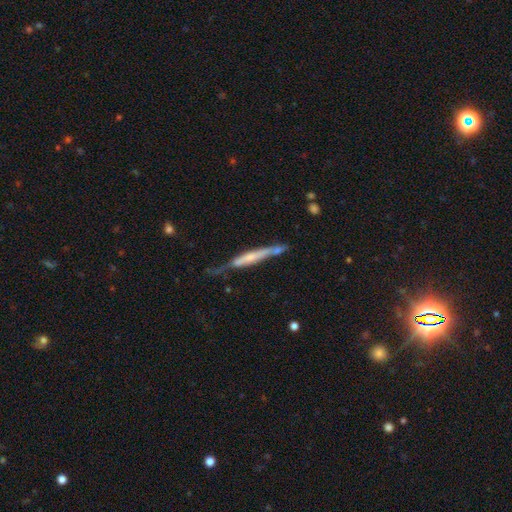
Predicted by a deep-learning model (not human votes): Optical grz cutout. It shows a featured or disk galaxy (64%) viewed edge-on (90%) with no central bulge (45%). Merging: none (54%).